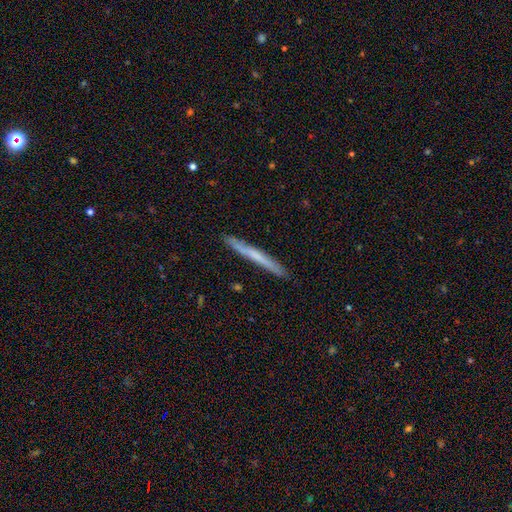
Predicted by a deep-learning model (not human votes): Smooth or featured: smooth — 50% (featured or disk — 44%)
How rounded: cigar-shaped — 97% (in between — 2%)
Merging: none — 90% (minor disturbance — 7%)